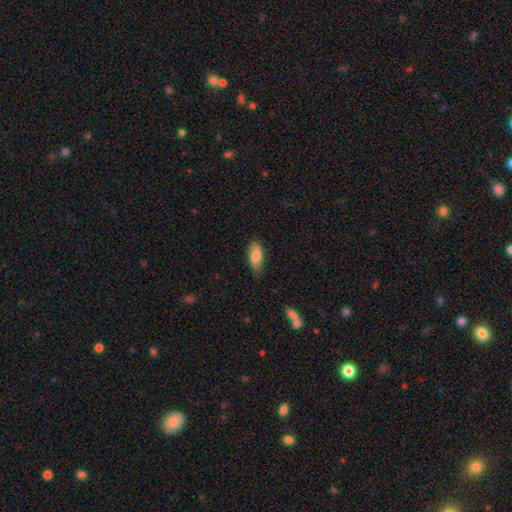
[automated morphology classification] Overall: smooth (82%). How rounded: in between (83%). Merging: none (80%).